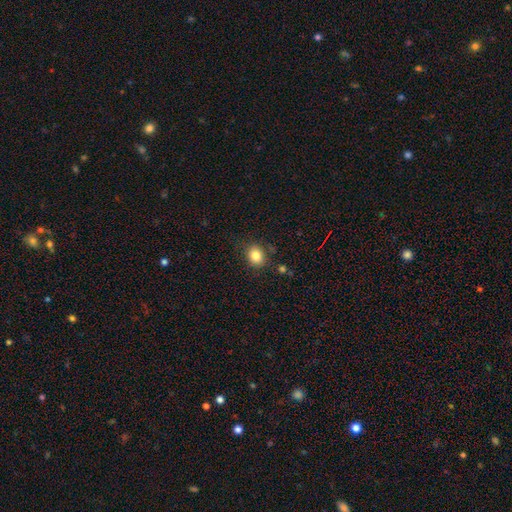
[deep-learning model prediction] smooth 83%, star or artifact 11%, featured or disk 6%. Down the decision tree: how rounded — round (60%); merging — none (81%).